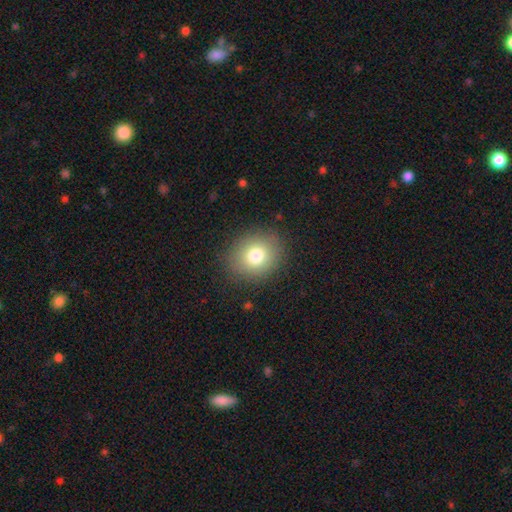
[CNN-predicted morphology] smooth_or_featured: smooth (p=0.78) [alt: star or artifact p=0.11]
how_rounded: round (p=0.74) [alt: in between p=0.25]
merging: none (p=0.87) [alt: minor disturbance p=0.08]